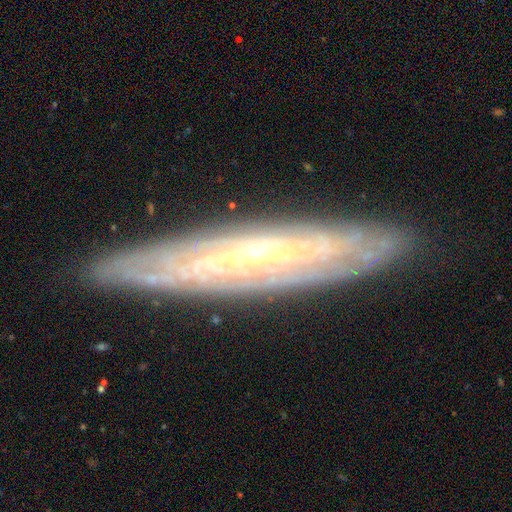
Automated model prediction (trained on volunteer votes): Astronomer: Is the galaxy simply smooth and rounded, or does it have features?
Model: featured or disk — 82%.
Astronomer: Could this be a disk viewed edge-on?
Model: no — 52% (runner-up: yes, 48%).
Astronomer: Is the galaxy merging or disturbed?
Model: none — 85%.